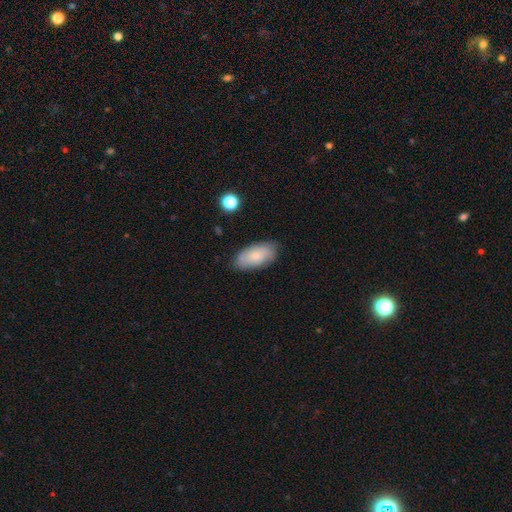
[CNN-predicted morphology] A smooth galaxy with no disk features (77%) that is in between round and cigar-shaped (93%).

Vote fractions:
- Smooth or featured? smooth: 77% / featured or disk: 17% / star or artifact: 6%
- How rounded? in between: 93% / cigar-shaped: 4% / round: 3%
- Merging? none: 82% / minor disturbance: 14% / major disturbance: 3% / merger: 1%